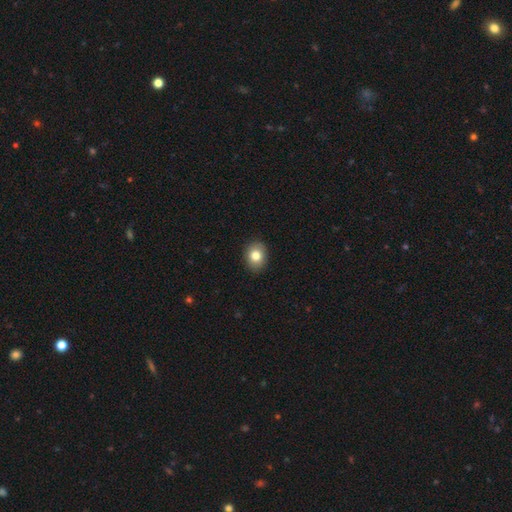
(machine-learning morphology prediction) A smooth galaxy with no disk features (81%) that is in between round and cigar-shaped (59%). Merging: none (89%).